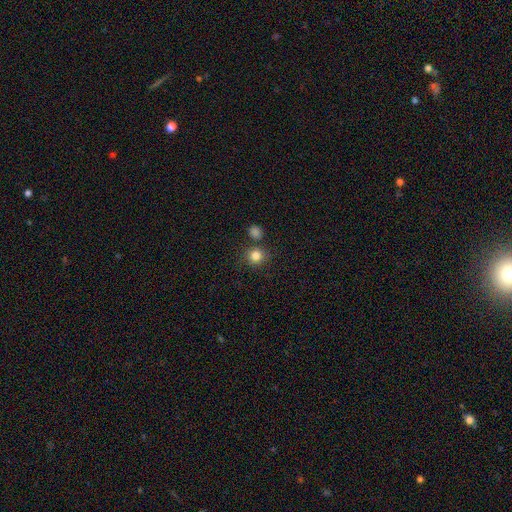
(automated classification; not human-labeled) Smooth or featured? Predicted: smooth (p=0.83). How rounded? Predicted: round (p=0.91). Merging? Predicted: none (p=0.78).